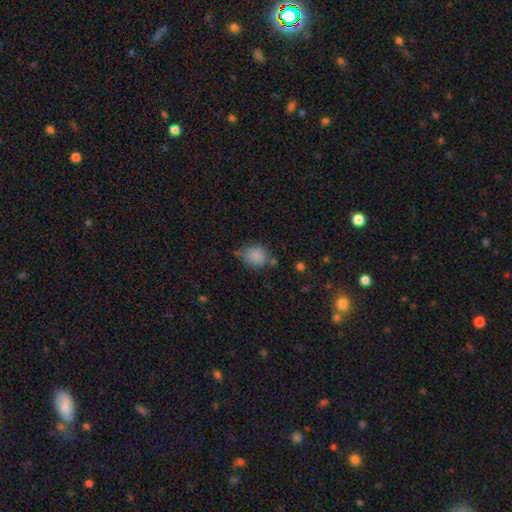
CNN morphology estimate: Smooth or featured? Predicted: smooth (p=0.84). How rounded? Predicted: round (p=0.61). Merging? Predicted: none (p=0.58).